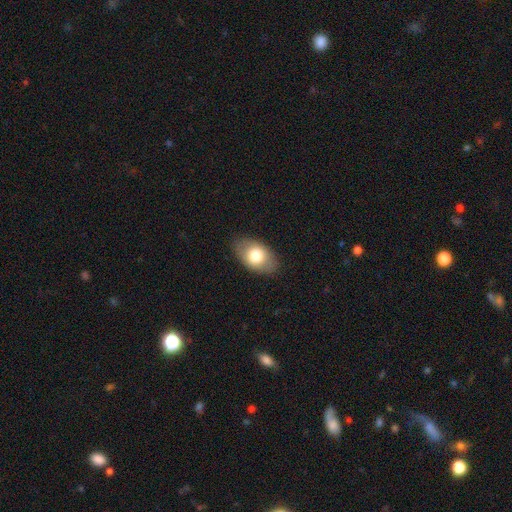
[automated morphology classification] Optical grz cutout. It shows a smooth galaxy with no disk features (75%) that is in between round and cigar-shaped (90%). Merging: none (85%).